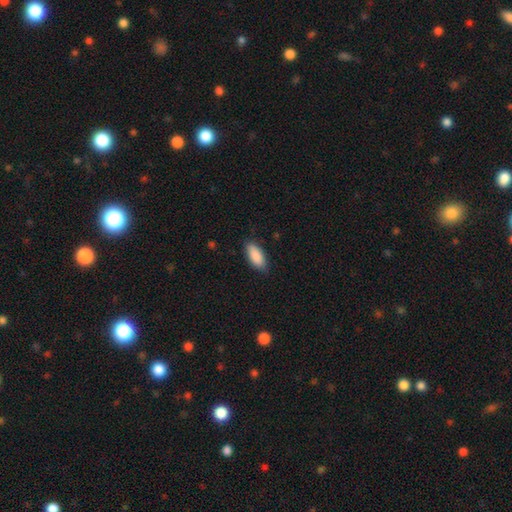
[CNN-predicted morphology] Smooth or featured: smooth — 90% (star or artifact — 6%)
How rounded: in between — 84% (cigar-shaped — 14%)
Merging: none — 84% (minor disturbance — 13%)